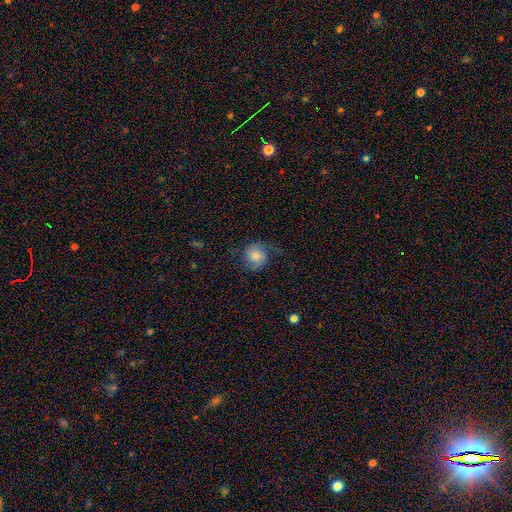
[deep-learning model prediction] Q: Smooth or featured?
A: smooth (47%); runner-up: featured or disk (44%)
Q: Merging?
A: none (67%); runner-up: minor disturbance (20%)